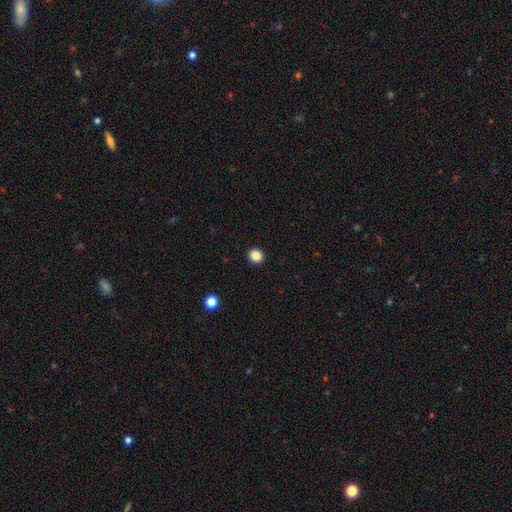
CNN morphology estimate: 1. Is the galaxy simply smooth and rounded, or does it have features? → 86% smooth, 11% star or artifact, 3% featured or disk.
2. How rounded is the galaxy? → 83% round, 16% in between, 1% cigar-shaped.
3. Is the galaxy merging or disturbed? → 93% none, 5% minor disturbance, 2% major disturbance, 1% merger.